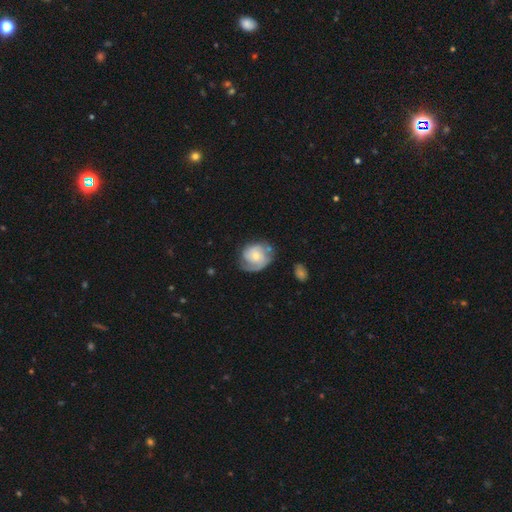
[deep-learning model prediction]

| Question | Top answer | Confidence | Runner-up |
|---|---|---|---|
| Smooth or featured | featured or disk | 71% | smooth (23%) |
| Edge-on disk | no | 97% | yes (3%) |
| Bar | no | 72% | weak (24%) |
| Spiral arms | yes | 90% | no (10%) |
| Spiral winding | tight | 50% | medium (36%) |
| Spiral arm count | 2 | 46% | can't tell (20%) |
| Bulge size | small | 49% | moderate (45%) |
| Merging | none | 59% | minor disturbance (25%) |